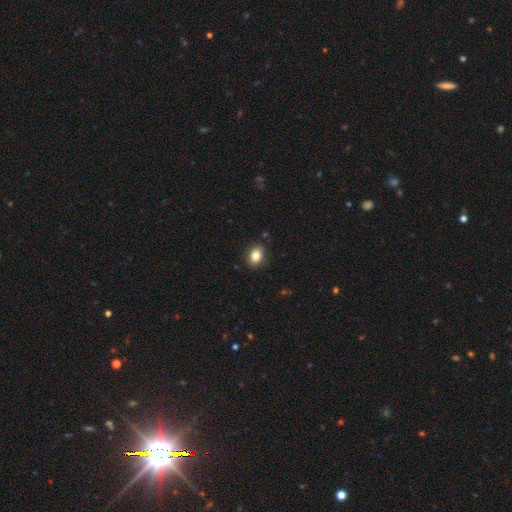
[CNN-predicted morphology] smooth-or-featured: smooth: 83% | star or artifact: 10% | featured or disk: 8%
  how-rounded: in between: 60% | round: 39% | cigar-shaped: 1%
  merging: none: 87% | minor disturbance: 9% | major disturbance: 2% | merger: 1%